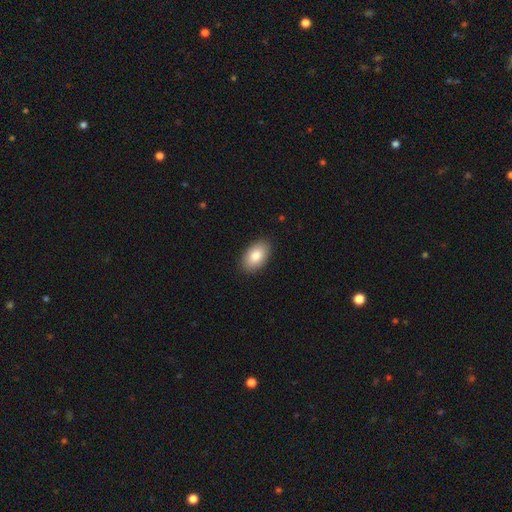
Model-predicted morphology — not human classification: Smooth or featured? Predicted: smooth (p=0.85). How rounded? Predicted: in between (p=0.94). Merging? Predicted: none (p=0.89).